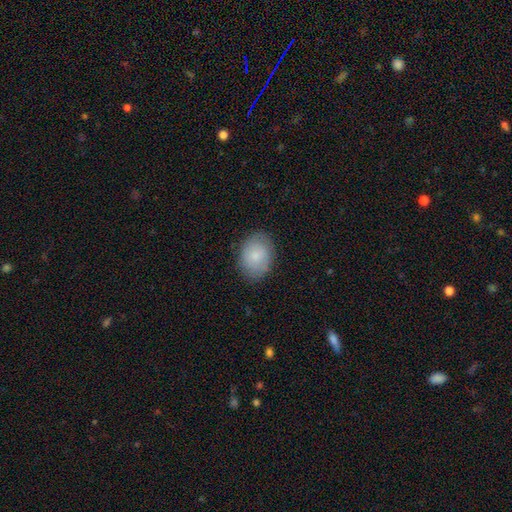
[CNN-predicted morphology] Smooth or featured?
  - smooth: 79% *
  - featured or disk: 14%
  - star or artifact: 7%
How rounded?
  - in between: 65% *
  - round: 34%
  - cigar-shaped: 1%
Merging?
  - none: 83% *
  - minor disturbance: 13%
  - major disturbance: 3%
  - merger: 1%